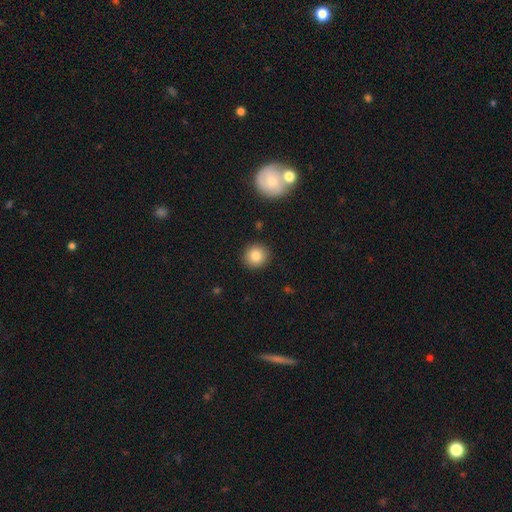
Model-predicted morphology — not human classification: smooth 82%, star or artifact 10%, featured or disk 8%. Down the decision tree: how rounded — round (91%); merging — none (91%).